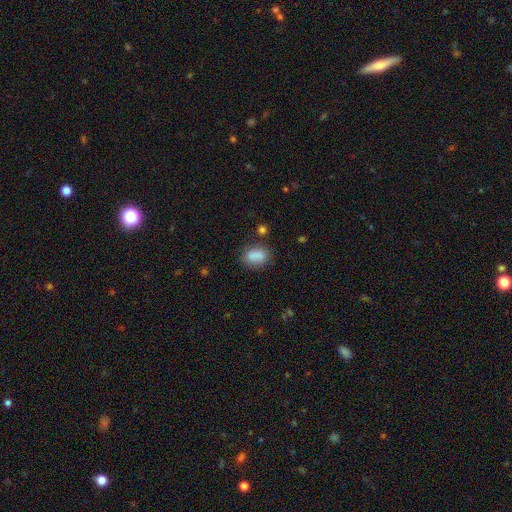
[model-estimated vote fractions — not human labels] smooth 85%, star or artifact 9%, featured or disk 5%. Down the decision tree: how rounded — in between (80%); merging — none (72%).